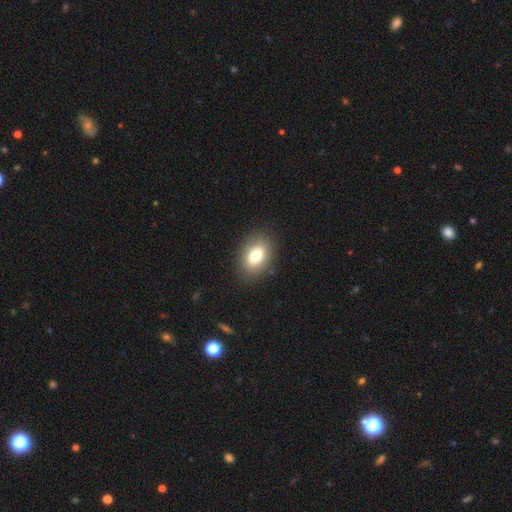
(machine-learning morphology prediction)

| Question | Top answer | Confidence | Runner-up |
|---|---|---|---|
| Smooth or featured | smooth | 77% | featured or disk (14%) |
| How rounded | in between | 80% | round (18%) |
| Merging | none | 86% | minor disturbance (9%) |